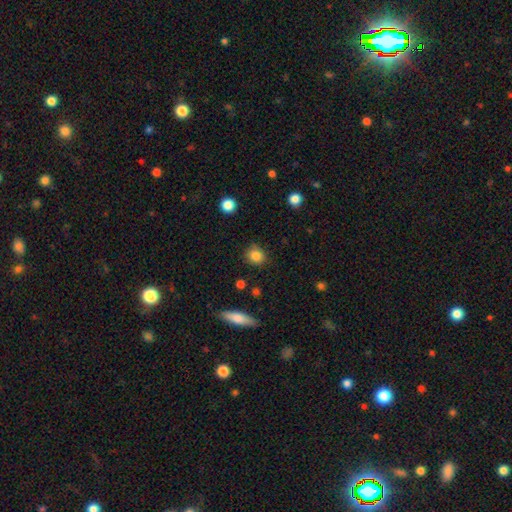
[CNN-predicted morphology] smooth_or_featured: smooth (p=0.84) [alt: star or artifact p=0.10]
how_rounded: round (p=0.79) [alt: in between p=0.20]
merging: none (p=0.85) [alt: minor disturbance p=0.10]